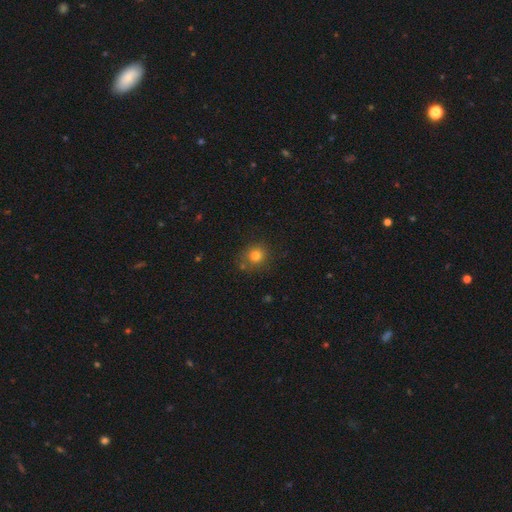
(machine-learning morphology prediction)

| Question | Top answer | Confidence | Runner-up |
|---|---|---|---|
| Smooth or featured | smooth | 78% | star or artifact (14%) |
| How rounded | round | 86% | in between (13%) |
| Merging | none | 78% | minor disturbance (13%) |